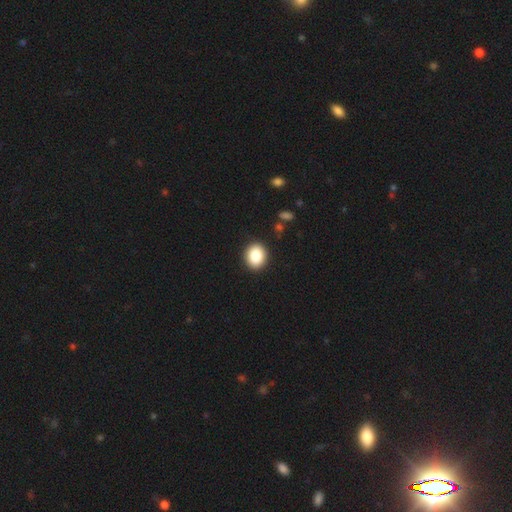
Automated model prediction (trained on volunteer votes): A smooth galaxy with no disk features (86%) that is round (57%).

Vote fractions:
- Smooth or featured? smooth: 86% / star or artifact: 8% / featured or disk: 5%
- How rounded? round: 57% / in between: 42% / cigar-shaped: 1%
- Merging? none: 90% / minor disturbance: 7% / major disturbance: 2% / merger: 1%